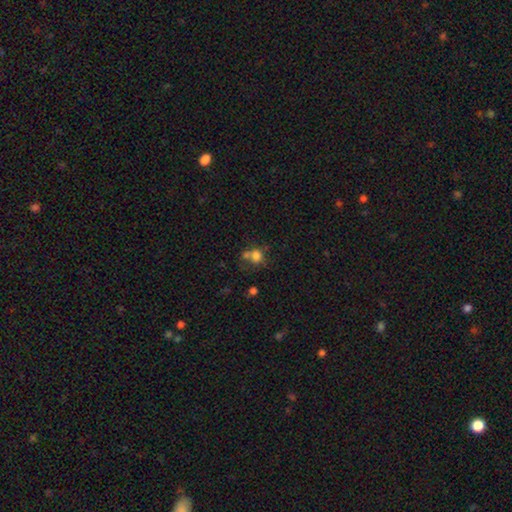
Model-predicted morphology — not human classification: Smooth or featured?
  - smooth: 73% *
  - star or artifact: 14%
  - featured or disk: 13%
How rounded?
  - round: 72% *
  - in between: 27%
  - cigar-shaped: 1%
Merging?
  - none: 42% *
  - merger: 34%
  - minor disturbance: 14%
  - major disturbance: 10%